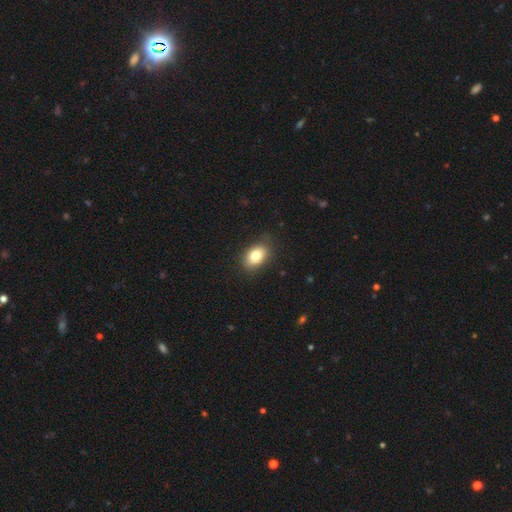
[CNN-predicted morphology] Smooth or featured? smooth (79%)
How rounded? in between (82%)
Merging? none (82%)